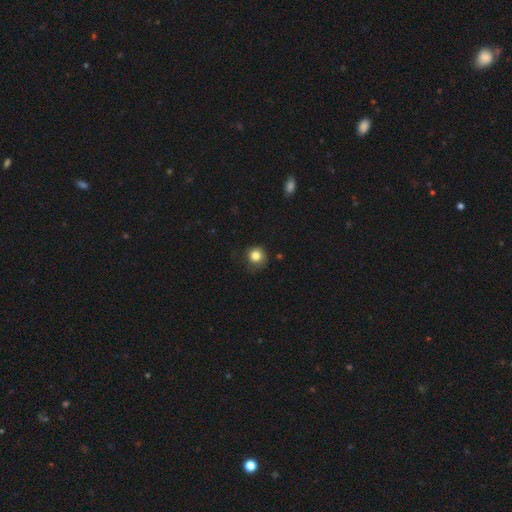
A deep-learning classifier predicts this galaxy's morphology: Overall: smooth (81%). How rounded: round (91%). Merging: none (71%).